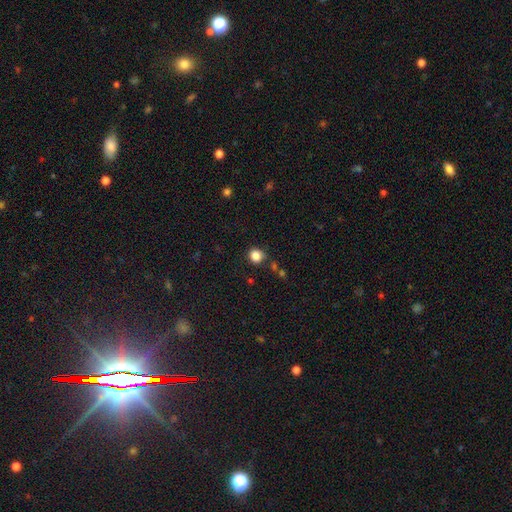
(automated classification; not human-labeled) A smooth galaxy with no disk features (85%) that is round (81%). Merging: none (78%).